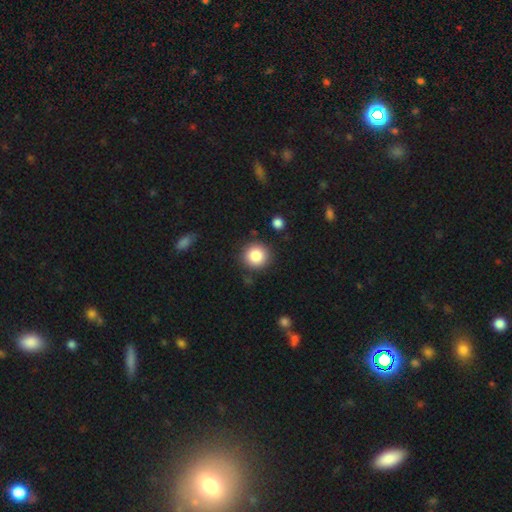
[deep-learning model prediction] A smooth galaxy with no disk features (85%) that is round (93%). Merging: none (87%).